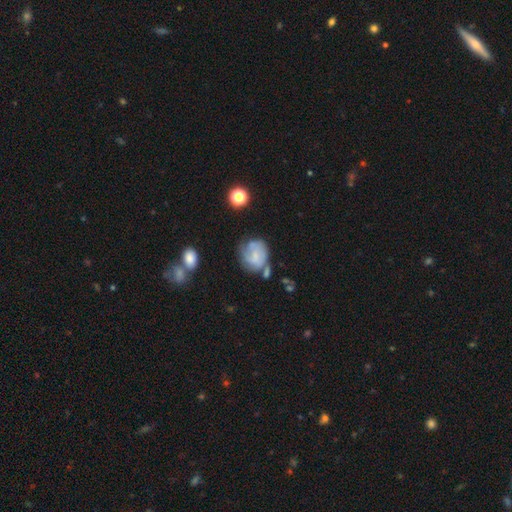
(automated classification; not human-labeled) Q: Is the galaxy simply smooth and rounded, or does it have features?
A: featured or disk — 47%.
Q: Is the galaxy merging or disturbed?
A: none — 42%.